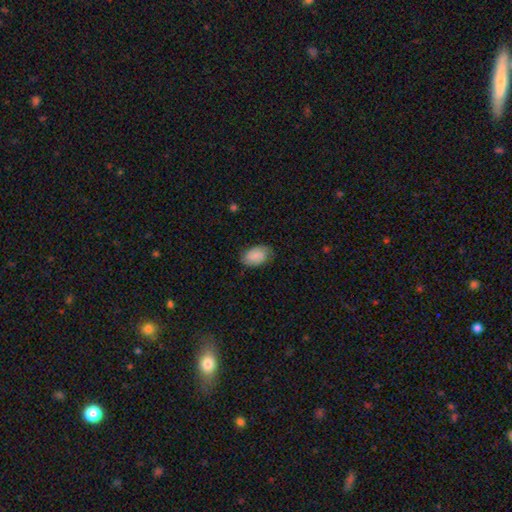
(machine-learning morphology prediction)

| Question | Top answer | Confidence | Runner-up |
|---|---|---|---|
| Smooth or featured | smooth | 67% | featured or disk (25%) |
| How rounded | in between | 90% | round (9%) |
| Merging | none | 77% | minor disturbance (18%) |